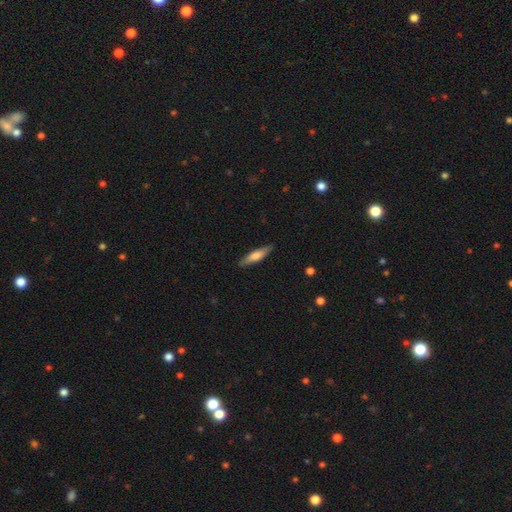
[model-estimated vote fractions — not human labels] Smooth or featured? Predicted: smooth (p=0.61). How rounded? Predicted: cigar-shaped (p=0.78). Merging? Predicted: none (p=0.88).